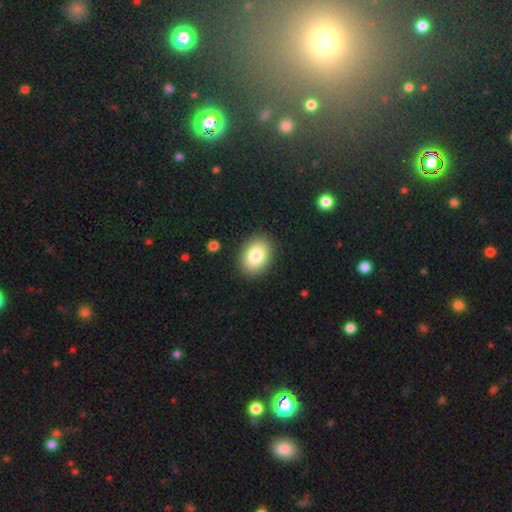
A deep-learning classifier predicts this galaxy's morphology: A smooth galaxy with no disk features (83%) that is in between round and cigar-shaped (75%).

Vote fractions:
- Smooth or featured? smooth: 83% / featured or disk: 9% / star or artifact: 8%
- How rounded? in between: 75% / round: 24% / cigar-shaped: 1%
- Merging? none: 89% / minor disturbance: 7% / major disturbance: 2% / merger: 1%